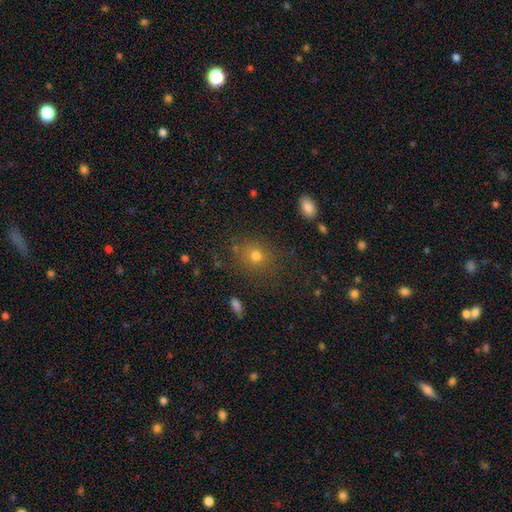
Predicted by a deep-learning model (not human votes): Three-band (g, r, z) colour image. It shows a smooth galaxy with no disk features (63%) that is round (73%). Merging: none (82%).